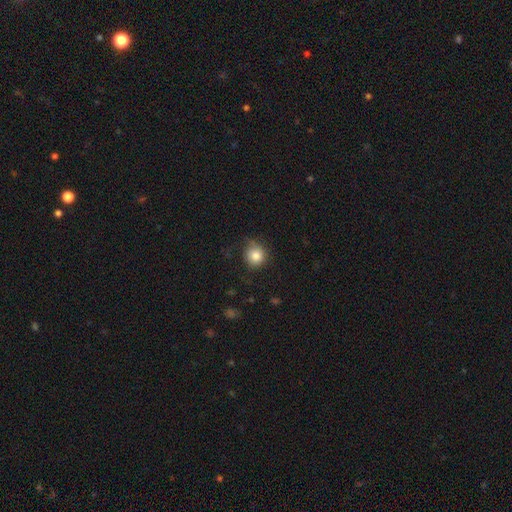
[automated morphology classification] type=smooth (82%); roundness=round (86%); merging=none (65%).